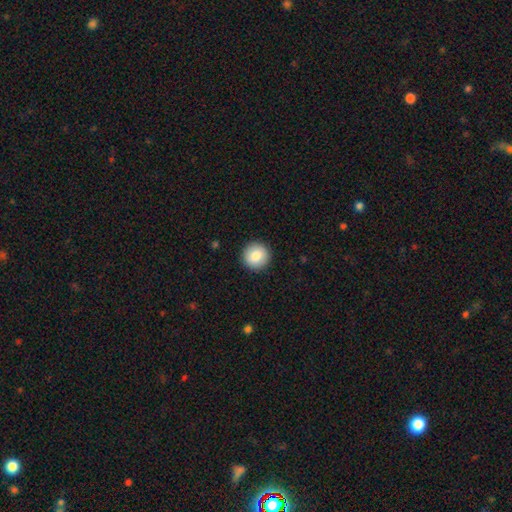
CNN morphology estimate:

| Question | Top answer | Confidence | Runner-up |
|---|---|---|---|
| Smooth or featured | smooth | 84% | featured or disk (8%) |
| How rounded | round | 96% | in between (3%) |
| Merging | none | 93% | minor disturbance (5%) |